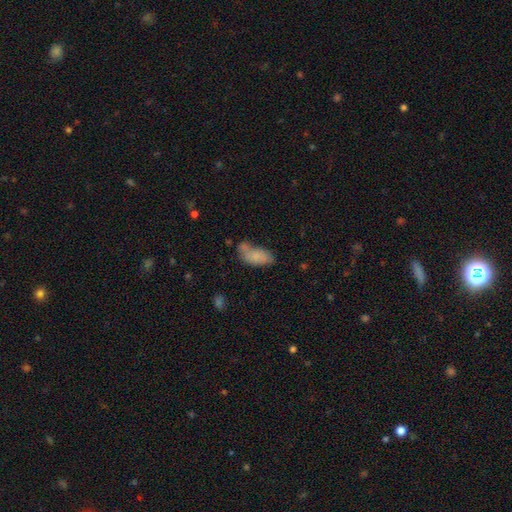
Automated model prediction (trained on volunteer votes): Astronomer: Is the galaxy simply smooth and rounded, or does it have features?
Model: smooth — 75%.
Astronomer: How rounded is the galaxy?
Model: in between — 89%.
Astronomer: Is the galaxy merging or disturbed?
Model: none — 41% (runner-up: minor disturbance, 27%).